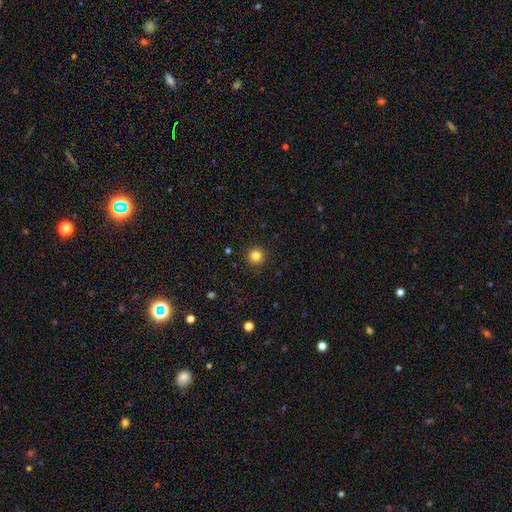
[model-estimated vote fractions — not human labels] A smooth galaxy with no disk features (83%) that is round (95%).

Vote fractions:
- Smooth or featured? smooth: 83% / star or artifact: 12% / featured or disk: 5%
- How rounded? round: 95% / in between: 4% / cigar-shaped: 1%
- Merging? none: 92% / minor disturbance: 5% / major disturbance: 2% / merger: 1%